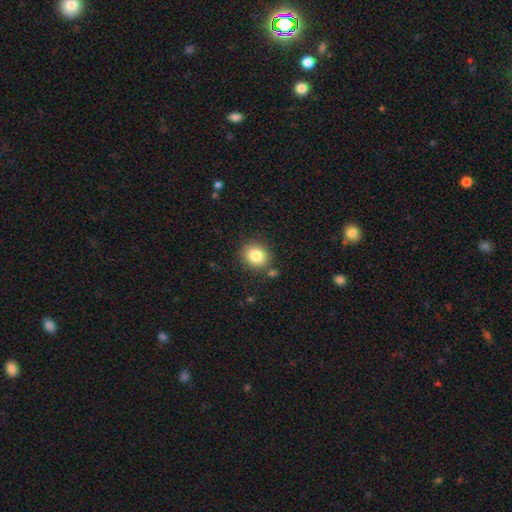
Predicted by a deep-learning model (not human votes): A smooth galaxy with no disk features (84%) that is round (77%).

Vote fractions:
- Smooth or featured? smooth: 84% / star or artifact: 10% / featured or disk: 6%
- How rounded? round: 77% / in between: 22% / cigar-shaped: 1%
- Merging? none: 83% / minor disturbance: 9% / merger: 5% / major disturbance: 3%